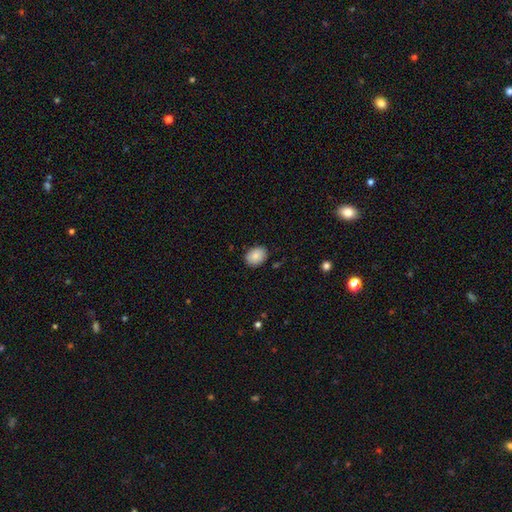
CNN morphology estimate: Smooth or featured: smooth — 85% (featured or disk — 7%)
How rounded: in between — 68% (round — 32%)
Merging: none — 83% (minor disturbance — 13%)